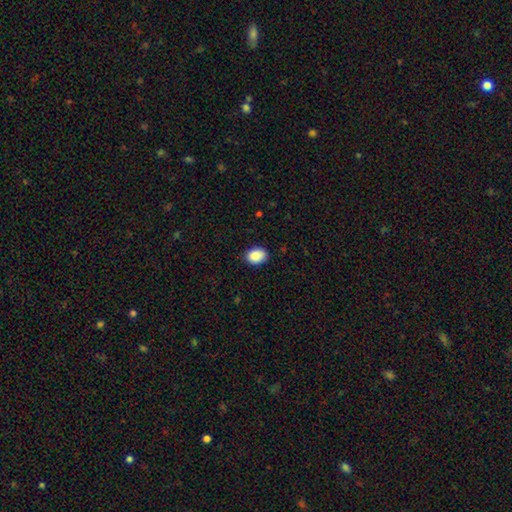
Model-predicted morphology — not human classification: Overall: smooth (90%). How rounded: in between (73%). Merging: none (85%).